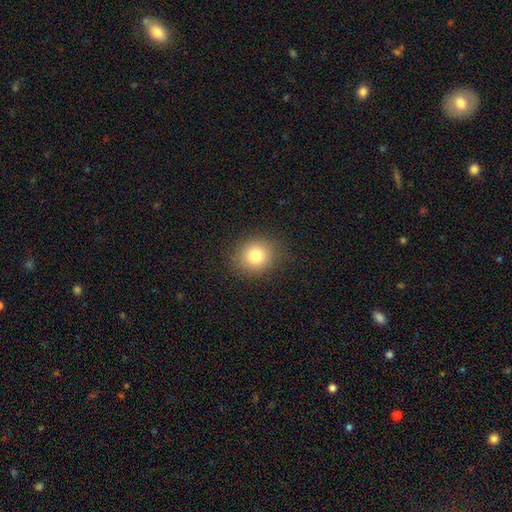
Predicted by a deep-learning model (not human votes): This is likely a smooth galaxy (80%). How rounded: likely round (74%). Merging: clearly none (85%).